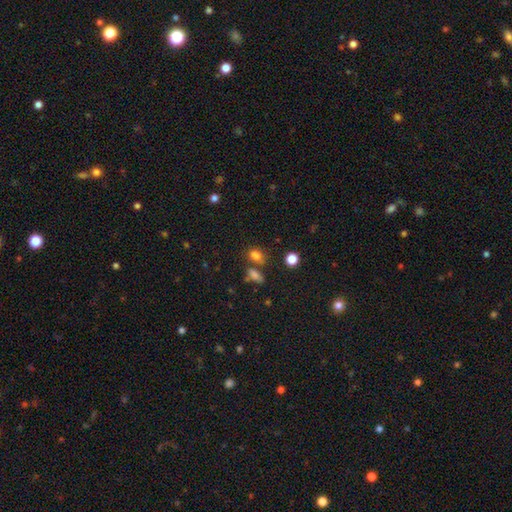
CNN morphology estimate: Overall: smooth (78%). How rounded: in between (74%). Merging: none (58%; merger 23%).